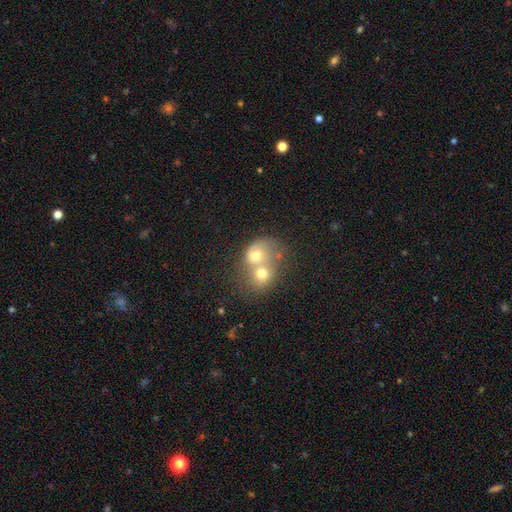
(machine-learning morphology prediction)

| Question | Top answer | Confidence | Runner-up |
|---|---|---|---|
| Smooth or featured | smooth | 57% | featured or disk (33%) |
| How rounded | round | 61% | in between (38%) |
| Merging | merger | 73% | none (15%) |